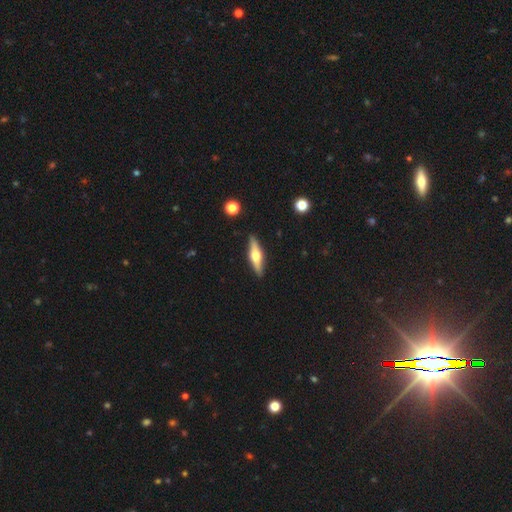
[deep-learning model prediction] Overall: featured or disk (60%; smooth 34%). Edge-on disk: yes (95%). Edge-on bulge: rounded (94%). Merging: none (89%).